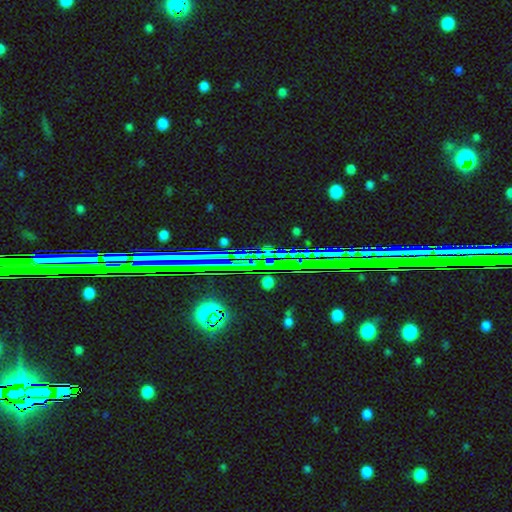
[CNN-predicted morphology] star or artifact 73%, featured or disk 15%, smooth 12%.